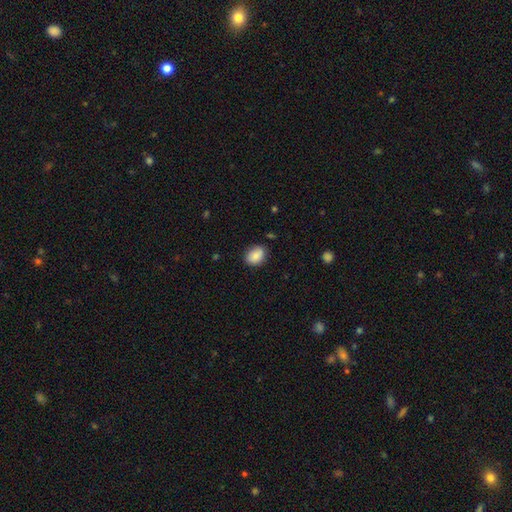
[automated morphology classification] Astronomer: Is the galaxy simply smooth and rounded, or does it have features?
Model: smooth — 85%.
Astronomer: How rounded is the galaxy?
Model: in between — 60% (runner-up: round, 39%).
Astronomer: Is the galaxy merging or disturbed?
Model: none — 83%.